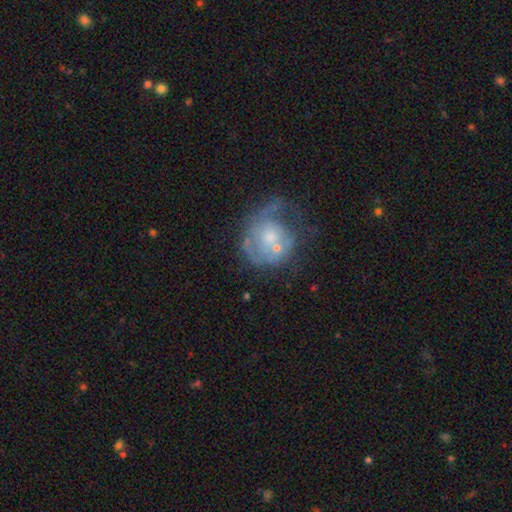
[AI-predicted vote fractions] A featured or disk galaxy (63%) with no bar (79%), spiral arms (61%) and a small central bulge (49%). Merging: none (43%).